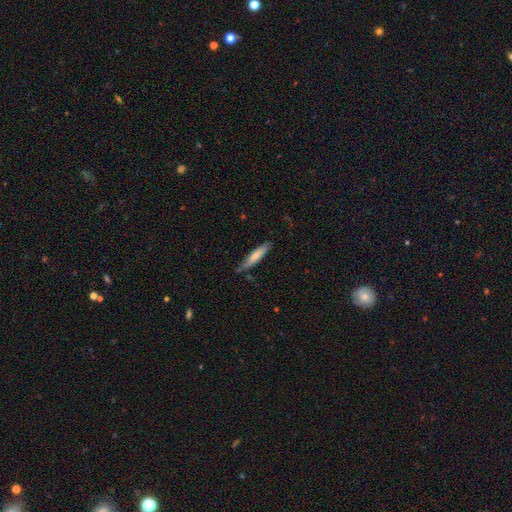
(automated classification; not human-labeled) Morphology: type=smooth (73%); roundness=cigar-shaped (86%); merging=none (81%).